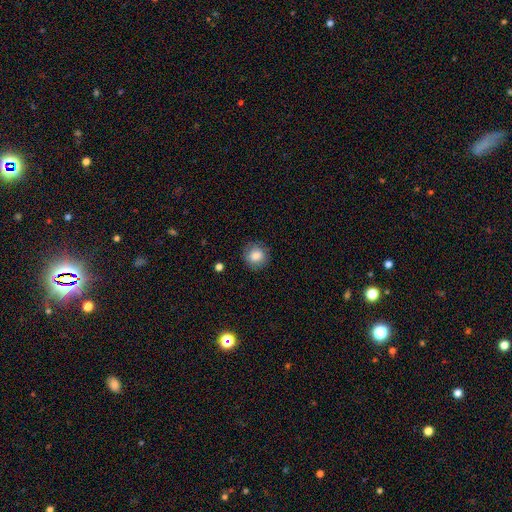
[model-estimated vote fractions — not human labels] smooth-or-featured: smooth: 83% | star or artifact: 9% | featured or disk: 8%
  how-rounded: round: 87% | in between: 12% | cigar-shaped: 1%
  merging: none: 86% | minor disturbance: 10% | major disturbance: 3% | merger: 1%